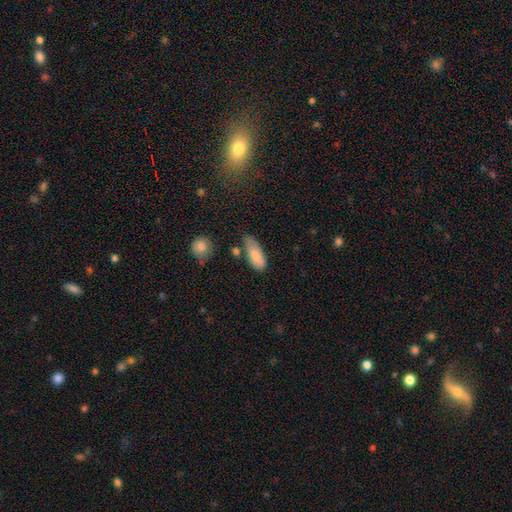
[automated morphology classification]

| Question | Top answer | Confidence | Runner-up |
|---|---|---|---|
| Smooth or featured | smooth | 83% | featured or disk (10%) |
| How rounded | in between | 77% | cigar-shaped (20%) |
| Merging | none | 52% | minor disturbance (32%) |